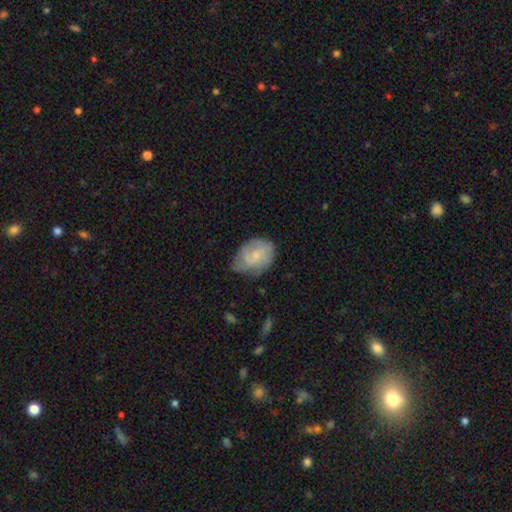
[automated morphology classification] smooth 48%, featured or disk 45%, star or artifact 7%. Down the decision tree: merging — none (49%).